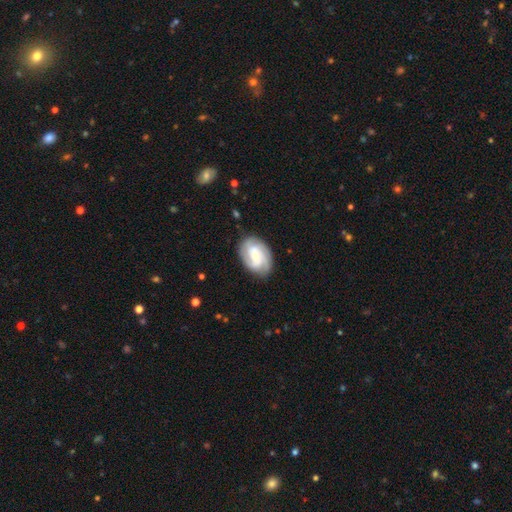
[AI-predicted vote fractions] The model was most divided on "spiral arm count": 3: 33%, 2: 32%, can't tell: 19%, 4: 7%, 1: 4%, more than 4: 4%. Remaining: edge-on disk — no (97%); spiral arms — yes (95%); merging — none (79%); smooth or featured — featured or disk (74%); bulge size — small (59%); spiral winding — tight (50%); bar — no (48%).